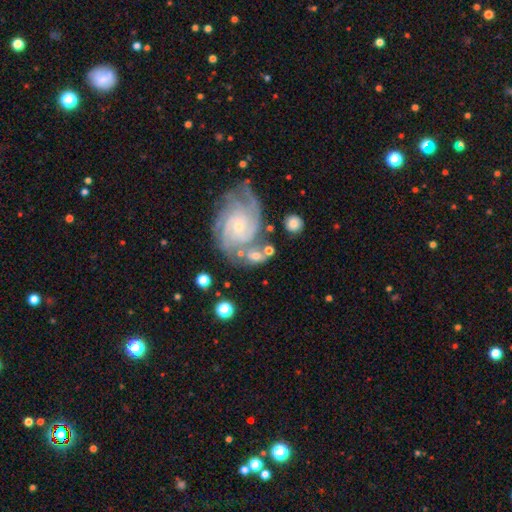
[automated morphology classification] Smooth or featured: featured or disk — 70% (smooth — 21%)
Edge-on disk: no — 96% (yes — 4%)
Bar: no — 68% (weak — 26%)
Spiral arms: yes — 90% (no — 10%)
Spiral winding: tight — 56% (medium — 34%)
Spiral arm count: can't tell — 28% (3 — 26%)
Bulge size: small — 67% (moderate — 25%)
Merging: none — 44% (merger — 27%)